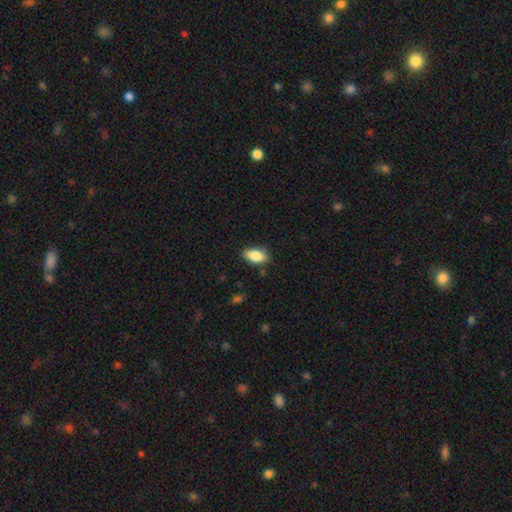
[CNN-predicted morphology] The model was most divided on "merging": none: 82%, minor disturbance: 14%, major disturbance: 3%, merger: 1%. More confident: how rounded — in between (90%); smooth or featured — smooth (85%).